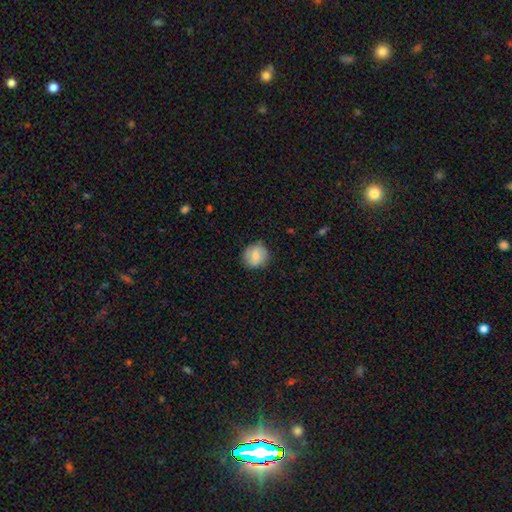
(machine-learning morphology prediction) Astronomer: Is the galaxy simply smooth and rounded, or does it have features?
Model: smooth — 73%.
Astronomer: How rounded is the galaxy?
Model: round — 87%.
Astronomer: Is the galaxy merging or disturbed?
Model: none — 84%.